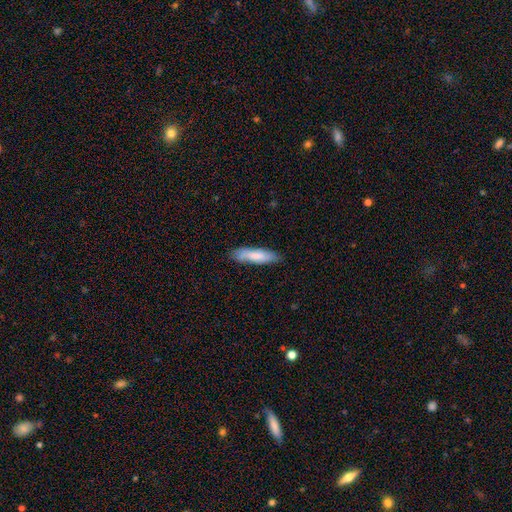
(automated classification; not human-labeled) smooth-or-featured: smooth: 76% | featured or disk: 18% | star or artifact: 6%
  how-rounded: cigar-shaped: 65% | in between: 34% | round: 1%
  merging: none: 75% | minor disturbance: 20% | major disturbance: 4% | merger: 2%